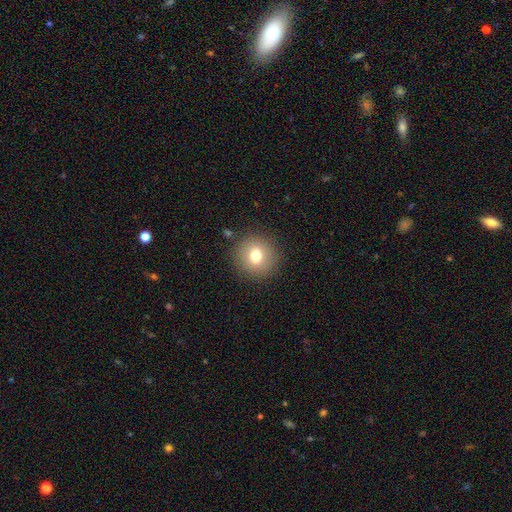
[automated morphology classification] smooth_or_featured: smooth (p=0.75) [alt: featured or disk p=0.14]
how_rounded: round (p=0.90) [alt: in between p=0.09]
merging: none (p=0.88) [alt: minor disturbance p=0.08]